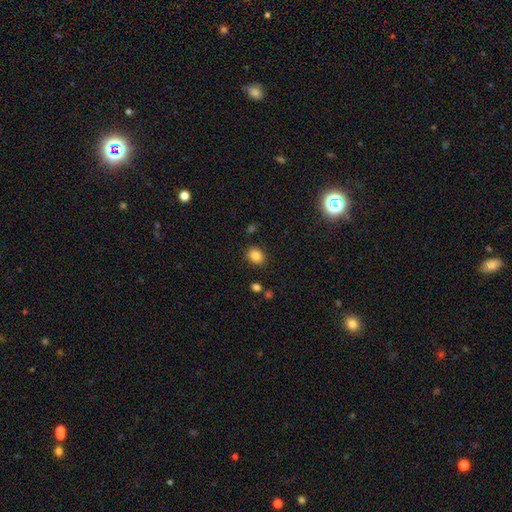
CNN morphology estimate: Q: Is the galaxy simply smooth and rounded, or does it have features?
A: smooth — 85%.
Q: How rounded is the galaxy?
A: round — 51%.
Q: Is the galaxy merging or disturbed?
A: none — 86%.